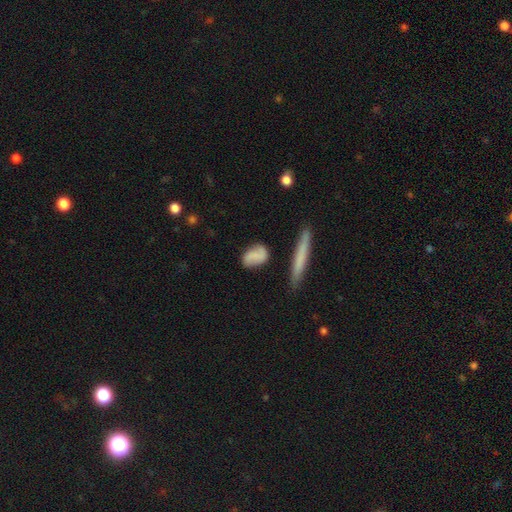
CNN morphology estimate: Smooth or featured?
  - smooth: 60% *
  - featured or disk: 32%
  - star or artifact: 8%
How rounded?
  - in between: 76% *
  - round: 18%
  - cigar-shaped: 6%
Merging?
  - none: 72% *
  - minor disturbance: 19%
  - major disturbance: 5%
  - merger: 4%